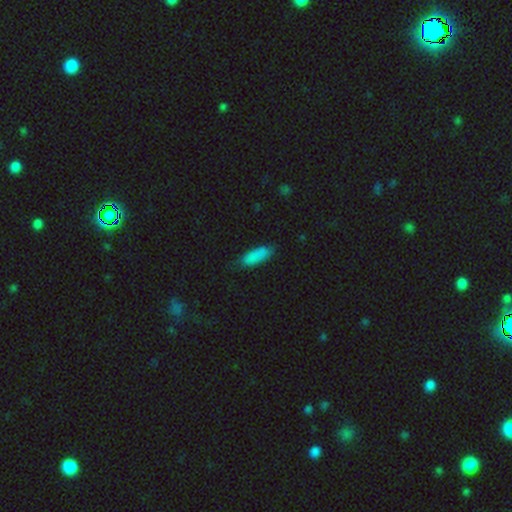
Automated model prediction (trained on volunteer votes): Overall: smooth (86%). How rounded: in between (66%; cigar-shaped 32%). Merging: none (73%).